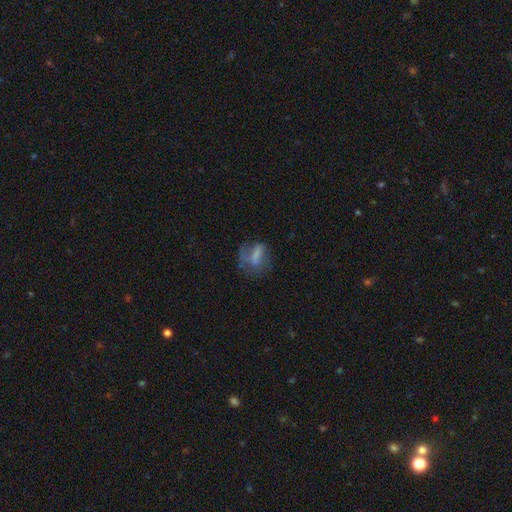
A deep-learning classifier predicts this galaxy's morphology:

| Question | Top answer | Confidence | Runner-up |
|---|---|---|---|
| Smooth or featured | smooth | 56% | featured or disk (32%) |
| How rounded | in between | 64% | round (24%) |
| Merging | none | 38% | major disturbance (34%) |